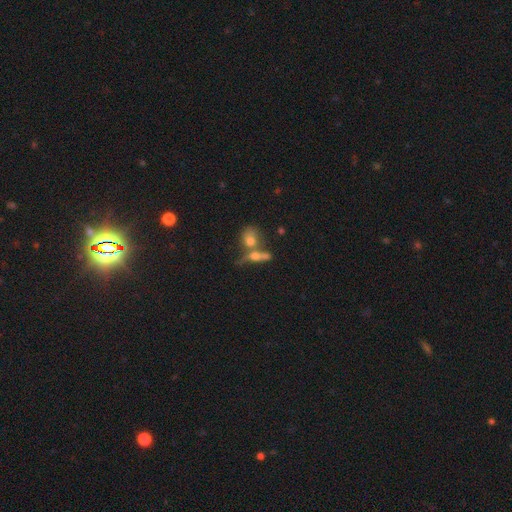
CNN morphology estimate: Overall: smooth (51%; featured or disk 37%). How rounded: in between (48%; round 26%). Merging: merger (50%; none 33%).